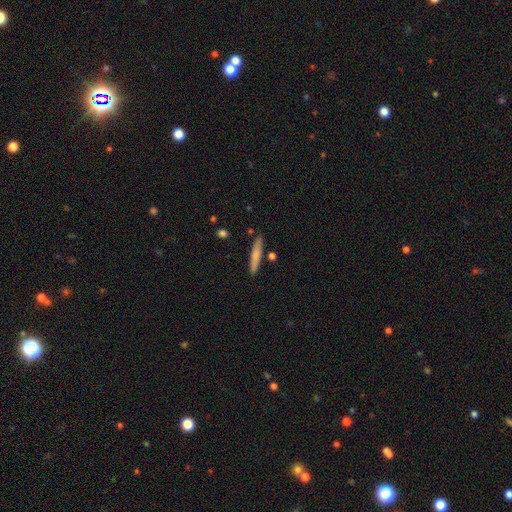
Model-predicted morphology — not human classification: smooth-or-featured: smooth: 69% | featured or disk: 25% | star or artifact: 6%
  how-rounded: cigar-shaped: 93% | in between: 6% | round: 1%
  merging: none: 85% | minor disturbance: 9% | merger: 4% | major disturbance: 2%